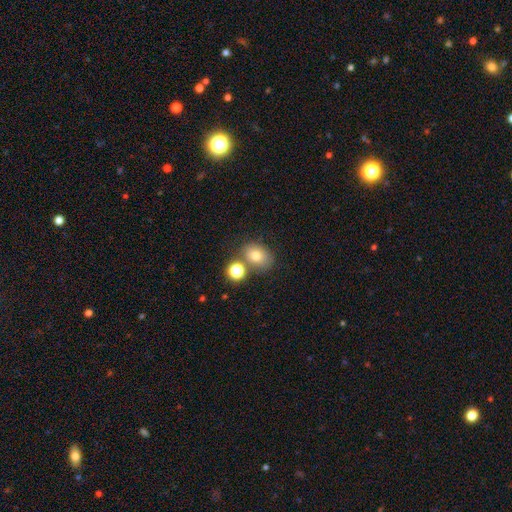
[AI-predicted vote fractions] This appears to be a smooth galaxy with no disk features (74%) that is in between round and cigar-shaped (59%). Merging: none (62%).